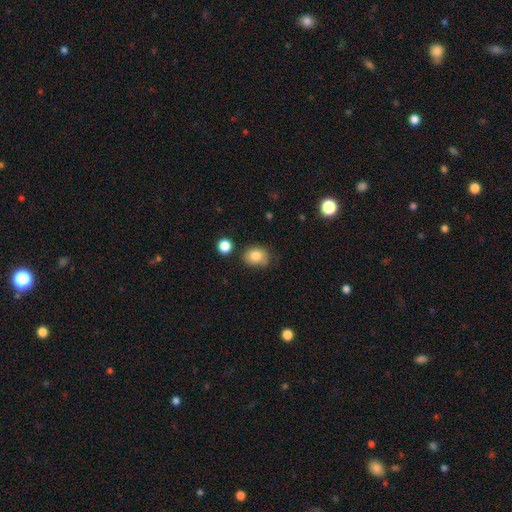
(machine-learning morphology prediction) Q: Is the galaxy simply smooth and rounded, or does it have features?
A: smooth — 84%.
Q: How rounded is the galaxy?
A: in between — 51%.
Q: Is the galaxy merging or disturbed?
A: none — 72%.